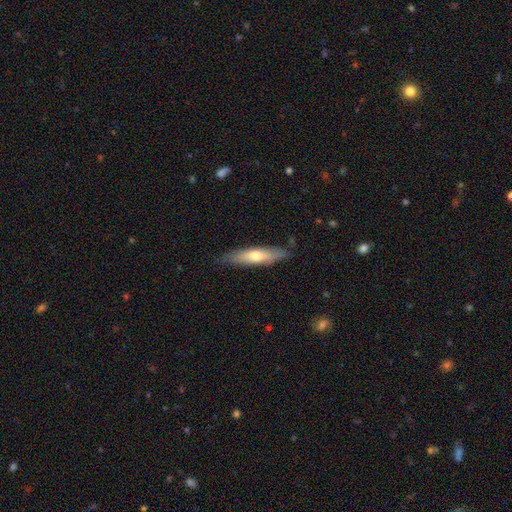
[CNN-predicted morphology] This is possibly a smooth galaxy (57%). How rounded: likely cigar-shaped (77%). Merging: clearly none (83%).